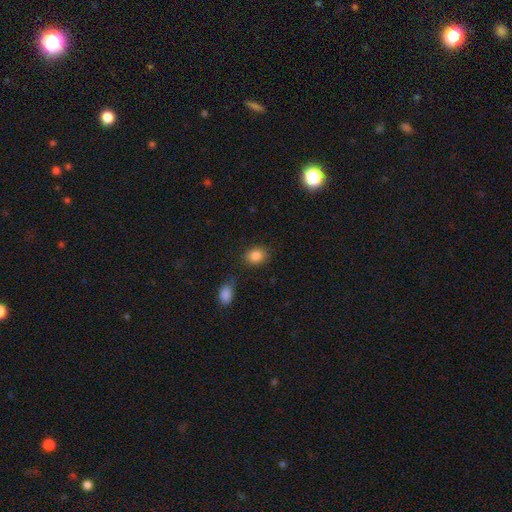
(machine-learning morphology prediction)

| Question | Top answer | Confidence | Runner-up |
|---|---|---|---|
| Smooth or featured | smooth | 86% | star or artifact (9%) |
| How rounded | in between | 52% | round (46%) |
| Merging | none | 77% | minor disturbance (14%) |